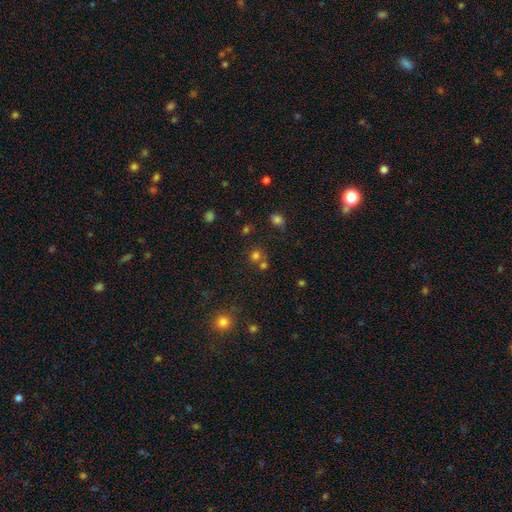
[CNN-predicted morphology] This appears to be a smooth galaxy with no disk features (70%) that is round (85%). Merging: none (58%).